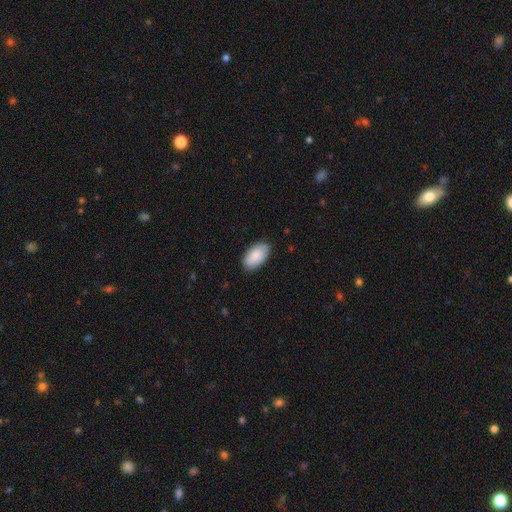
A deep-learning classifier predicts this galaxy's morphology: smooth-or-featured: smooth: 88% | featured or disk: 7% | star or artifact: 6%
  how-rounded: in between: 96% | round: 3% | cigar-shaped: 2%
  merging: none: 86% | minor disturbance: 11% | major disturbance: 2% | merger: 1%